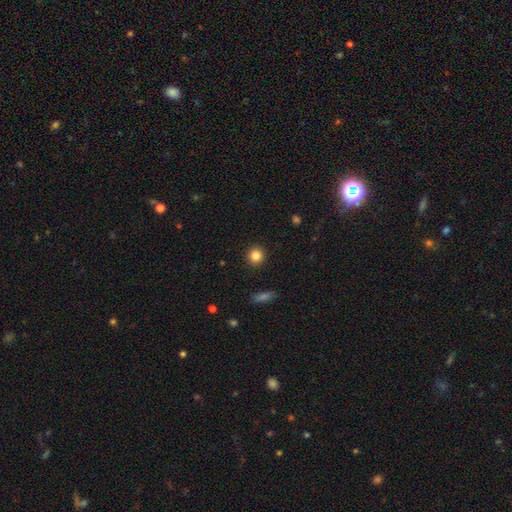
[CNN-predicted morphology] Smooth or featured: smooth — 84% (star or artifact — 11%)
How rounded: round — 93% (in between — 6%)
Merging: none — 92% (minor disturbance — 5%)